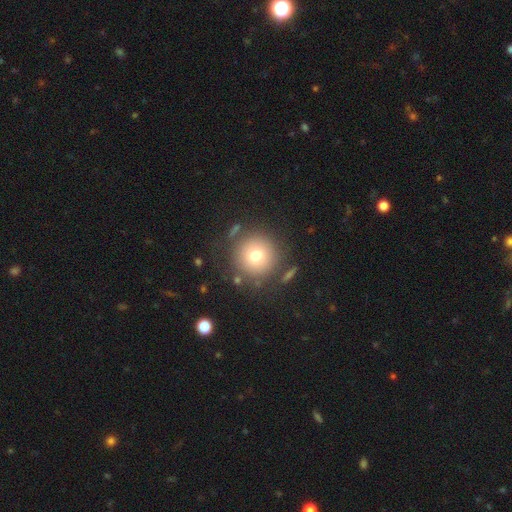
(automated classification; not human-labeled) smooth_or_featured: smooth (p=0.74) [alt: featured or disk p=0.13]
how_rounded: round (p=0.95) [alt: in between p=0.04]
merging: none (p=0.83) [alt: minor disturbance p=0.09]